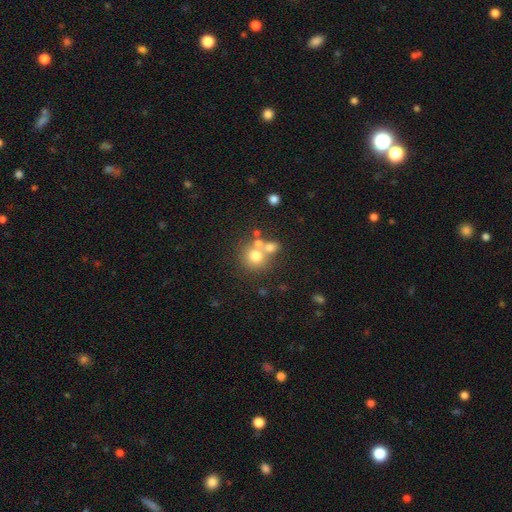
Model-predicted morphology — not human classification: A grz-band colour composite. It shows a smooth galaxy with no disk features (69%) that is round (85%). Merging: none (48%).